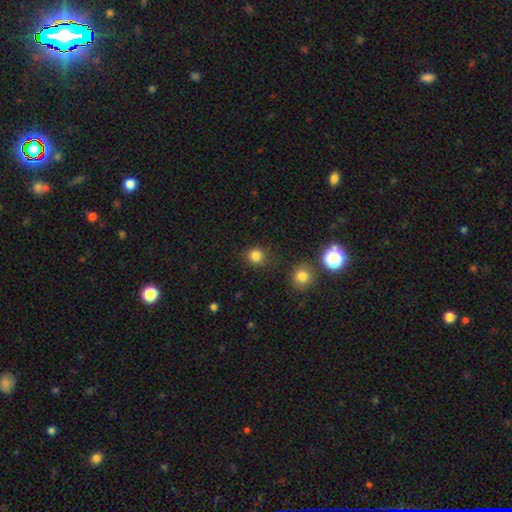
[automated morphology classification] Smooth or featured?
  - smooth: 82% *
  - star or artifact: 14%
  - featured or disk: 4%
How rounded?
  - round: 88% *
  - in between: 11%
  - cigar-shaped: 1%
Merging?
  - none: 83% *
  - minor disturbance: 10%
  - major disturbance: 4%
  - merger: 4%